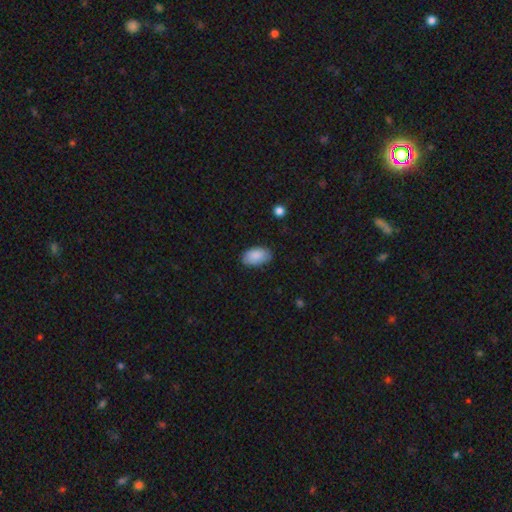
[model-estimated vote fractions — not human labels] Smooth or featured?
  - smooth: 89% *
  - star or artifact: 7%
  - featured or disk: 5%
How rounded?
  - in between: 94% *
  - round: 4%
  - cigar-shaped: 1%
Merging?
  - none: 83% *
  - minor disturbance: 14%
  - major disturbance: 3%
  - merger: 1%